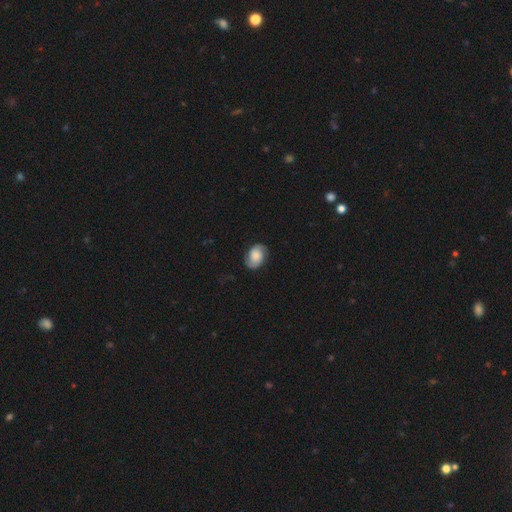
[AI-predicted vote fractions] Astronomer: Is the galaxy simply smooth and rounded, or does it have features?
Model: featured or disk — 55% (runner-up: smooth, 36%).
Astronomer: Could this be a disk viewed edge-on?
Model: no — 97%.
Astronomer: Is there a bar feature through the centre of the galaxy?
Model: no — 70%.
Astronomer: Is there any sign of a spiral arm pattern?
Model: yes — 91%.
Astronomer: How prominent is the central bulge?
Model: moderate — 30% (runner-up: large, 27%).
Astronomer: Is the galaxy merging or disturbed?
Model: none — 80%.